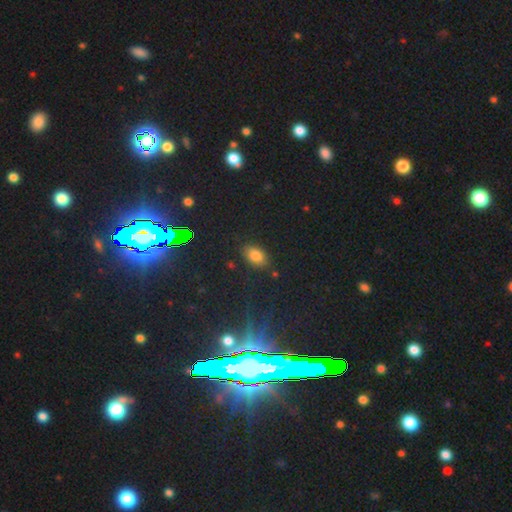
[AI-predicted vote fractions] Smooth or featured?
  - smooth: 74% *
  - star or artifact: 18%
  - featured or disk: 8%
How rounded?
  - in between: 88% *
  - round: 10%
  - cigar-shaped: 2%
Merging?
  - none: 84% *
  - minor disturbance: 11%
  - major disturbance: 3%
  - merger: 2%